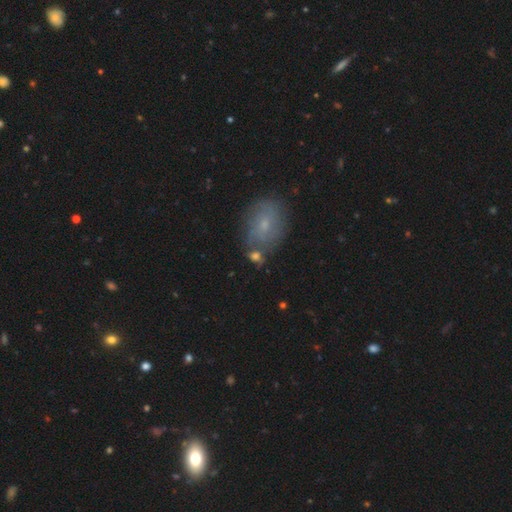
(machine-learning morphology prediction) A smooth galaxy with no disk features (49%). Merging: none (57%).